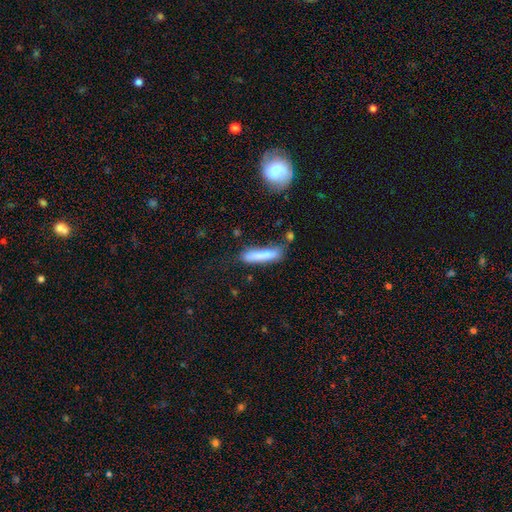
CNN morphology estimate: This is likely a smooth galaxy (79%). How rounded: clearly cigar-shaped (85%). Merging: likely none (64%).